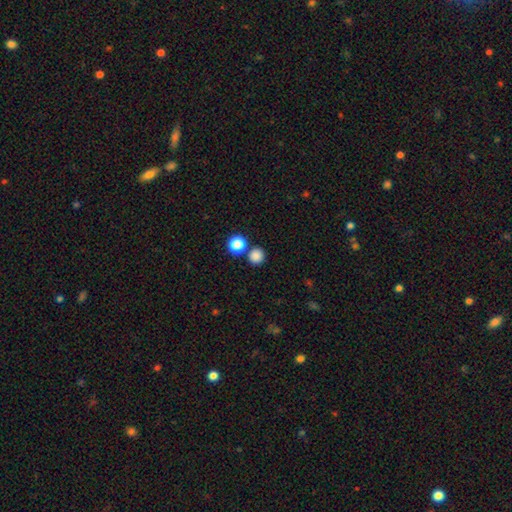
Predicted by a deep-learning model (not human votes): Morphology: type=smooth (84%); roundness=round (93%); merging=none (79%).